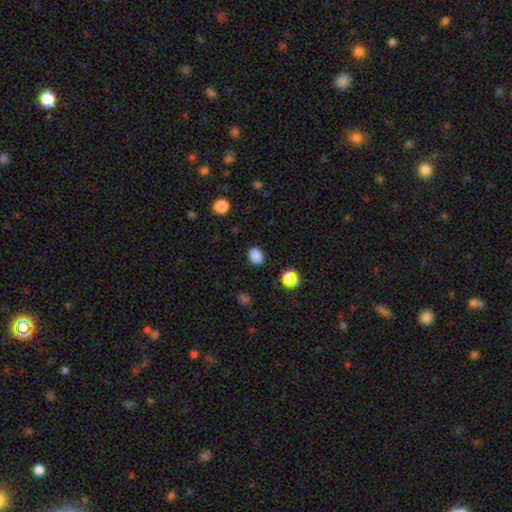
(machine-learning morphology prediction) smooth 82%, star or artifact 15%, featured or disk 4%. Down the decision tree: how rounded — in between (58%); merging — none (87%).